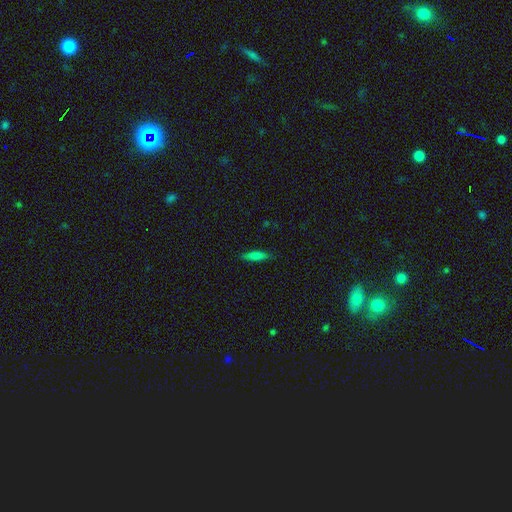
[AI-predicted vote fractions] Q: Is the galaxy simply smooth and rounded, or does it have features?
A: smooth — 72%.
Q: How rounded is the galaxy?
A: cigar-shaped — 69%.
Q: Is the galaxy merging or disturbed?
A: none — 85%.